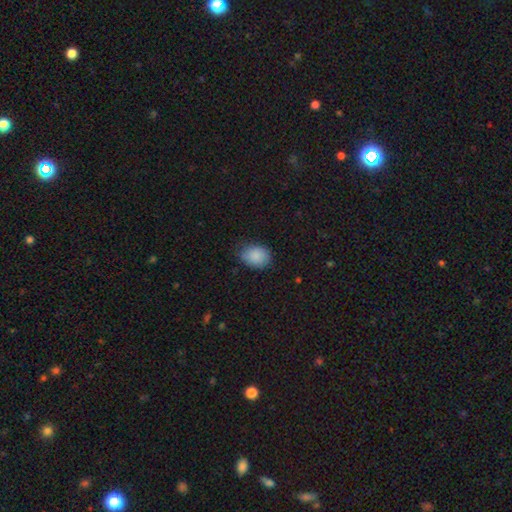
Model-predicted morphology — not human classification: Smooth or featured? Predicted: smooth (p=0.88). How rounded? Predicted: in between (p=0.65). Merging? Predicted: none (p=0.75).